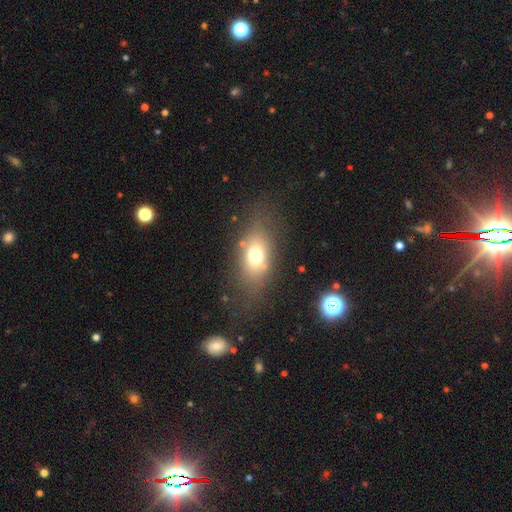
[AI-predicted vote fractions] smooth 67%, featured or disk 20%, star or artifact 13%. Down the decision tree: how rounded — in between (77%); merging — none (71%).